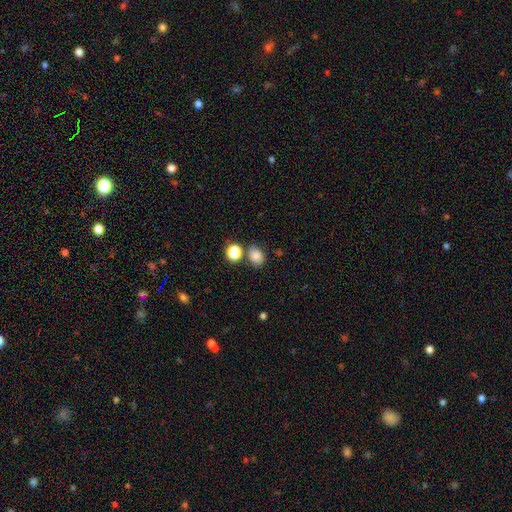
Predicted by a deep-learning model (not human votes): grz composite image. It shows a smooth galaxy with no disk features (82%) that is round (51%). Merging: none (68%).